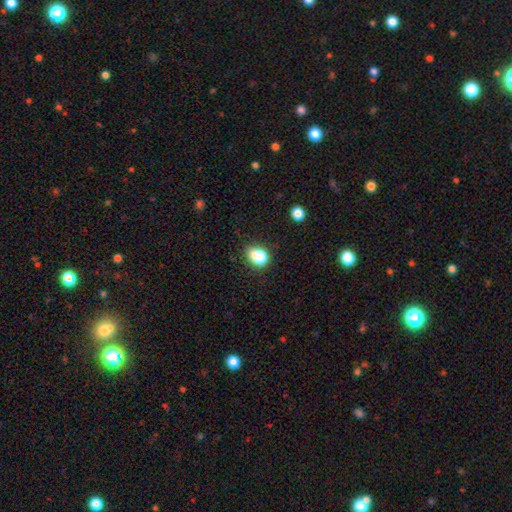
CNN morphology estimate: smooth 81%, star or artifact 11%, featured or disk 8%. Down the decision tree: how rounded — in between (65%); merging — none (63%).